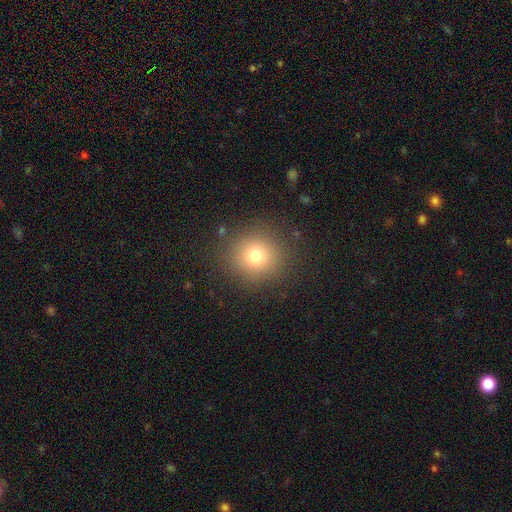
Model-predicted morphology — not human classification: A smooth galaxy with no disk features (76%) that is round (92%). Merging: none (88%).